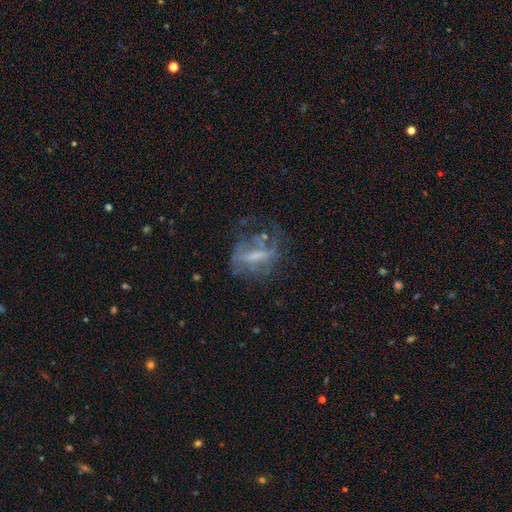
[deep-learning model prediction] smooth-or-featured: featured or disk: 65% | smooth: 22% | star or artifact: 13%
  disk-edge-on: no: 90% | yes: 10%
    bar: strong: 38% | weak: 34% | no: 27%
    has-spiral-arms: no: 55% | yes: 45%
    bulge-size: small: 36% | none: 31% | moderate: 27% | large: 5% | dominant: 1%
  merging: major disturbance: 38% (tied) | none: 38% (tied) | minor disturbance: 19% | merger: 5%